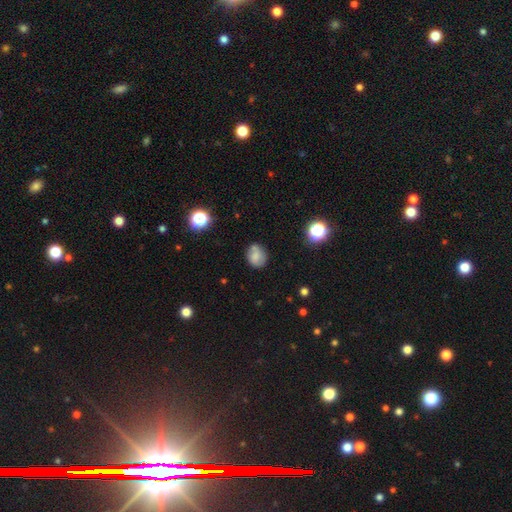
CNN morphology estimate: Smooth or featured? Predicted: smooth (p=0.74). How rounded? Predicted: round (p=0.59). Merging? Predicted: none (p=0.67).